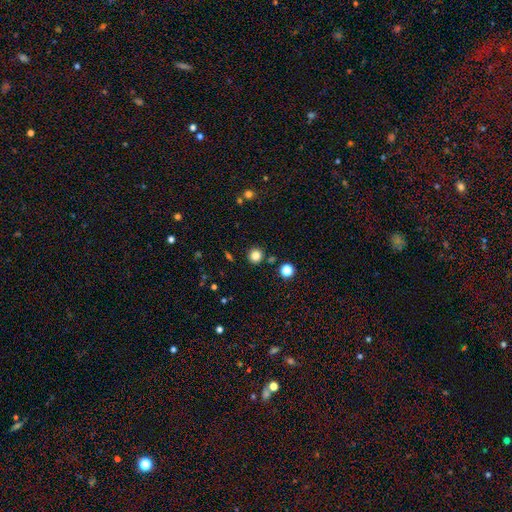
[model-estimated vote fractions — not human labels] smooth-or-featured: smooth: 82% | star or artifact: 13% | featured or disk: 5%
  how-rounded: round: 93% | in between: 6% | cigar-shaped: 1%
  merging: none: 89% | minor disturbance: 6% | merger: 3% | major disturbance: 2%